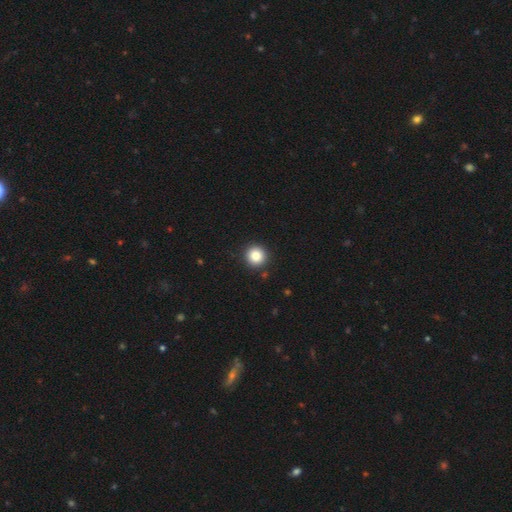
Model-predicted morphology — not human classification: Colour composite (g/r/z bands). It shows a smooth galaxy with no disk features (85%) that is round (95%). Merging: none (91%).